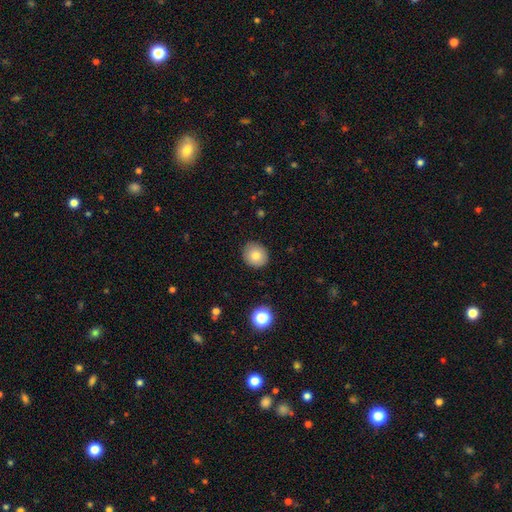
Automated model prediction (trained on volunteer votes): This appears to be a smooth galaxy with no disk features (81%) that is round (81%). Merging: none (89%).